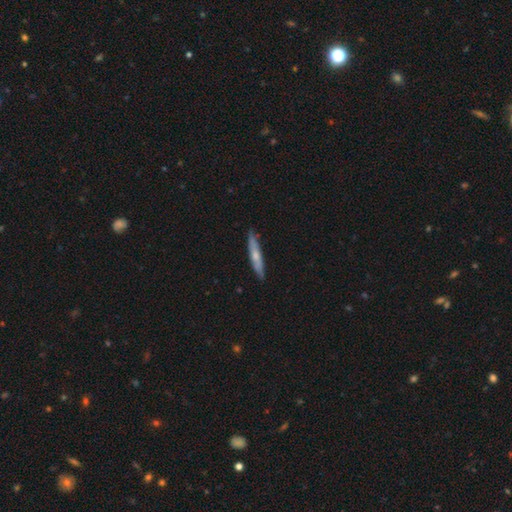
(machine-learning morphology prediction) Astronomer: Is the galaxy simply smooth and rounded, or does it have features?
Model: smooth — 51% (runner-up: featured or disk, 44%).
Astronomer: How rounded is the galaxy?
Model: cigar-shaped — 92%.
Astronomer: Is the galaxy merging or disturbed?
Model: none — 87%.